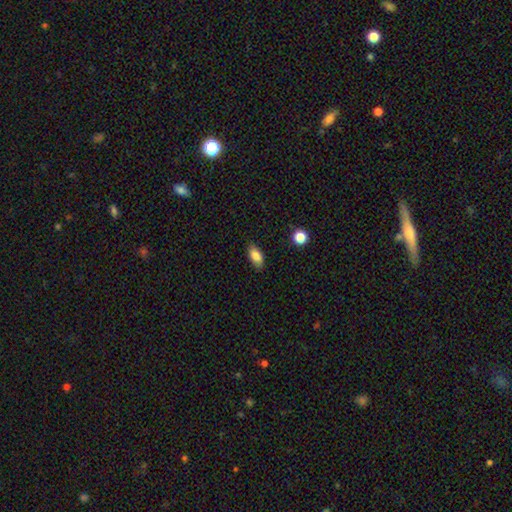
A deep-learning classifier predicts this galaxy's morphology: A smooth galaxy with no disk features (85%) that is in between round and cigar-shaped (90%). Merging: none (83%).